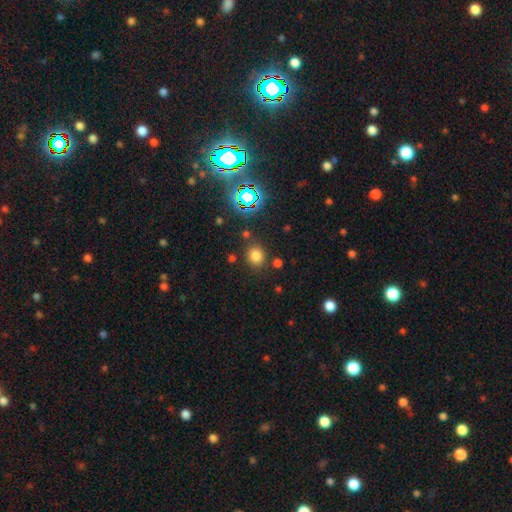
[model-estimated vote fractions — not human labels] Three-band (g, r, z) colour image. It shows a smooth galaxy with no disk features (75%) that is round (81%). Merging: none (82%).